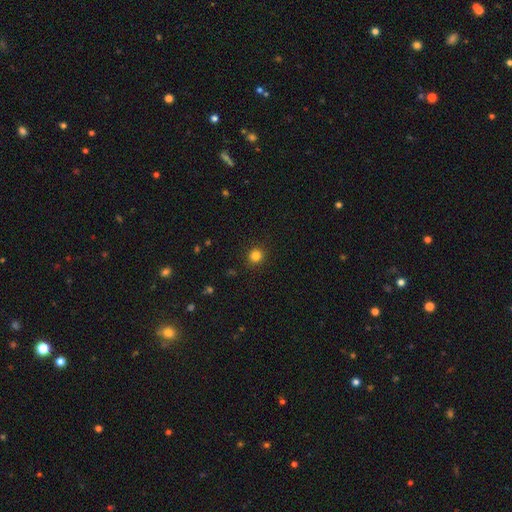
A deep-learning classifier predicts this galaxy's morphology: Smooth or featured? Predicted: smooth (p=0.83). How rounded? Predicted: round (p=0.92). Merging? Predicted: none (p=0.92).